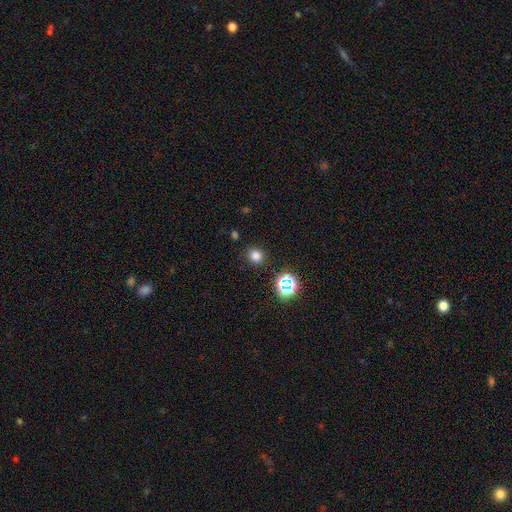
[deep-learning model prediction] Smooth or featured?
  - smooth: 76% *
  - star or artifact: 19%
  - featured or disk: 5%
How rounded?
  - round: 86% *
  - in between: 13%
  - cigar-shaped: 1%
Merging?
  - none: 87% *
  - minor disturbance: 8%
  - major disturbance: 3%
  - merger: 2%